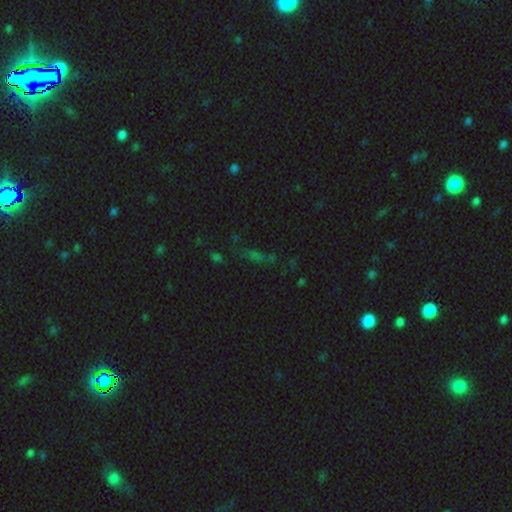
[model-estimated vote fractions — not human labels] smooth-or-featured: star or artifact: 54% | smooth: 32% | featured or disk: 15%